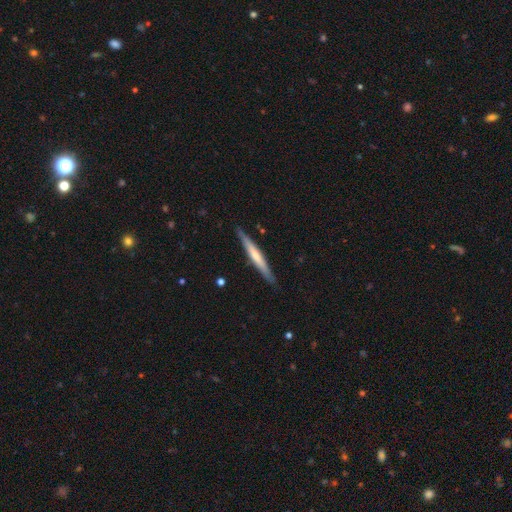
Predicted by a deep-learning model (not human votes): Q: Smooth or featured?
A: smooth (48%); runner-up: featured or disk (47%)
Q: Merging?
A: none (88%); runner-up: minor disturbance (9%)